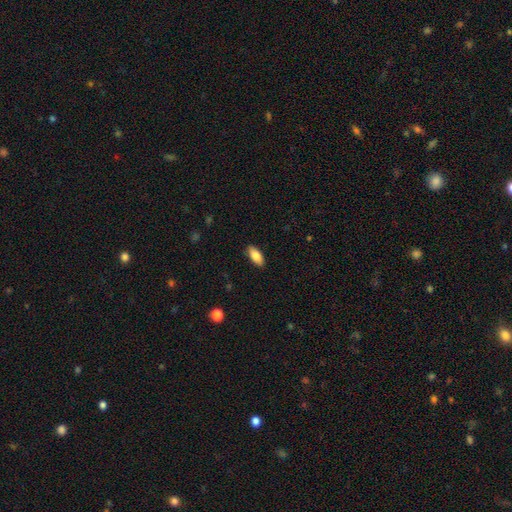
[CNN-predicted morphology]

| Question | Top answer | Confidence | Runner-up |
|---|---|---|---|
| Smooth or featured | smooth | 85% | featured or disk (8%) |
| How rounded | in between | 87% | cigar-shaped (11%) |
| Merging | none | 89% | minor disturbance (8%) |